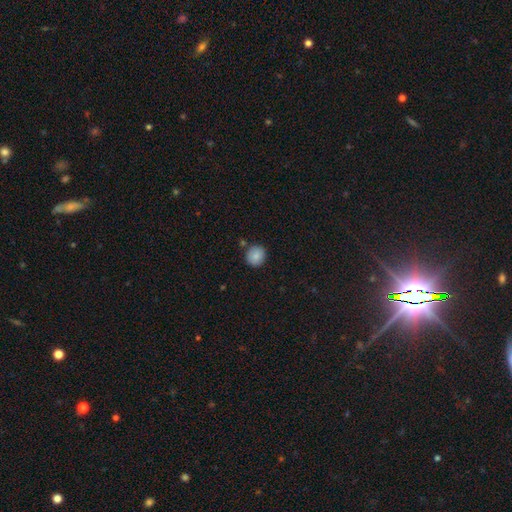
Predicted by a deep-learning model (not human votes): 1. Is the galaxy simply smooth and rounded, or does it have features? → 85% smooth, 9% star or artifact, 6% featured or disk.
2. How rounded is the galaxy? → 86% round, 13% in between, 1% cigar-shaped.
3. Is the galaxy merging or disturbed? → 83% none, 10% minor disturbance, 4% merger, 2% major disturbance.